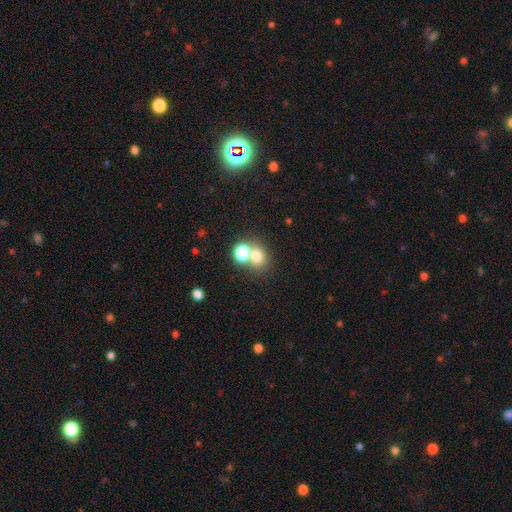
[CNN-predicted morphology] Smooth or featured? smooth (71%)
How rounded? round (69%)
Merging? none (48%)